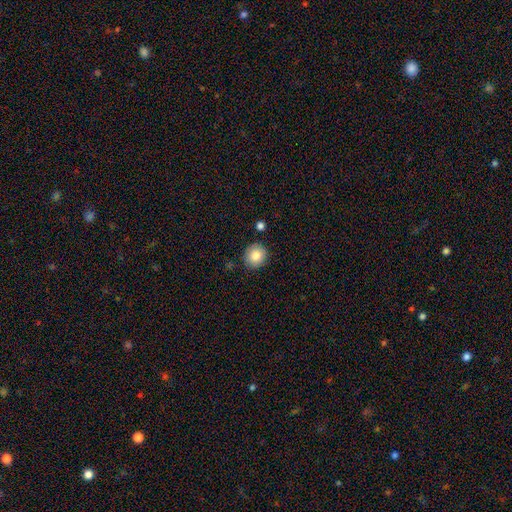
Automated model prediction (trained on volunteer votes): Morphology: type=smooth (84%); roundness=round (85%); merging=none (86%).